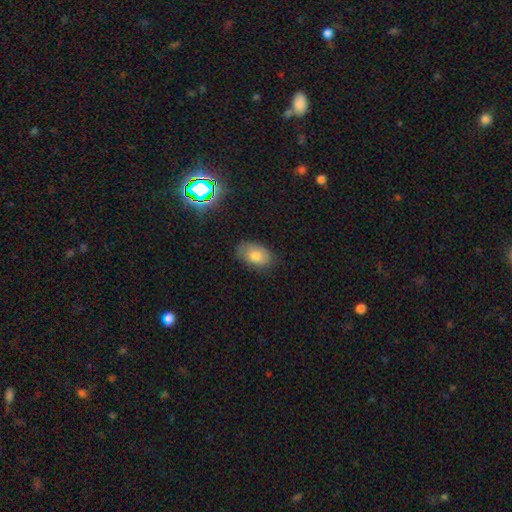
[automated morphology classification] smooth_or_featured: smooth (p=0.73) [alt: featured or disk p=0.16]
how_rounded: in between (p=0.89) [alt: round p=0.10]
merging: none (p=0.72) [alt: minor disturbance p=0.21]